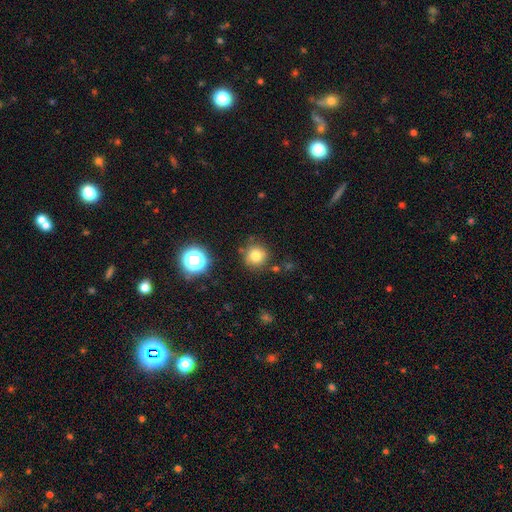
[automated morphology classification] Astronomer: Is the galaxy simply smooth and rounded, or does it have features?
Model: smooth — 77%.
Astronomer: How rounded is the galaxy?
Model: round — 93%.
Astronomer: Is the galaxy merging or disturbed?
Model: none — 84%.